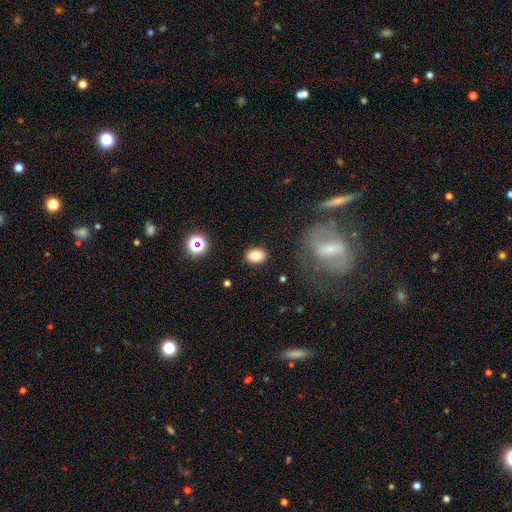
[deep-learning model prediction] Morphology: type=smooth (83%); roundness=in between (80%); merging=none (86%).